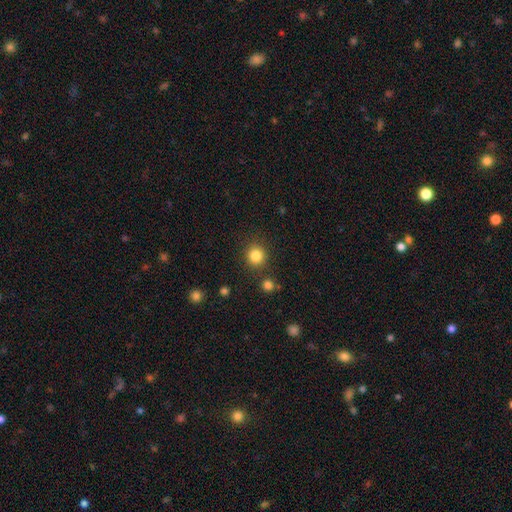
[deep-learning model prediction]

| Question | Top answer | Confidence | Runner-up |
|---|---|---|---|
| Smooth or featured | smooth | 84% | star or artifact (12%) |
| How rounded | round | 90% | in between (9%) |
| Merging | none | 86% | minor disturbance (7%) |